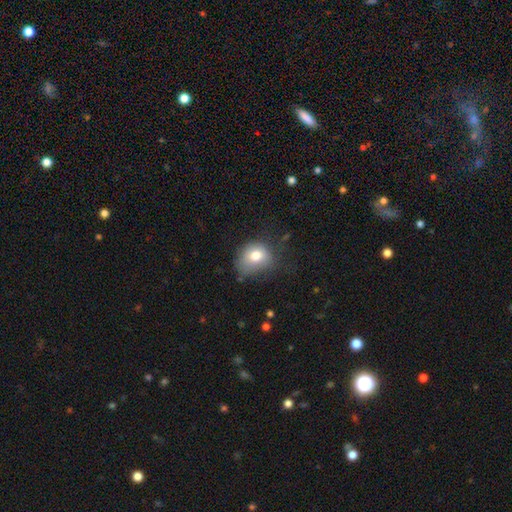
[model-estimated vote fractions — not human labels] Smooth or featured?
  - smooth: 75% *
  - featured or disk: 14%
  - star or artifact: 11%
How rounded?
  - round: 53% *
  - in between: 46%
  - cigar-shaped: 1%
Merging?
  - none: 48% *
  - minor disturbance: 33%
  - major disturbance: 17%
  - merger: 3%